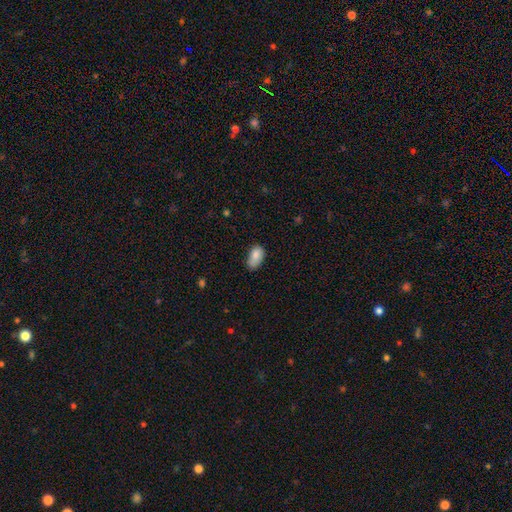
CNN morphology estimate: Smooth or featured? Predicted: smooth (p=0.82). How rounded? Predicted: in between (p=0.91). Merging? Predicted: none (p=0.48).